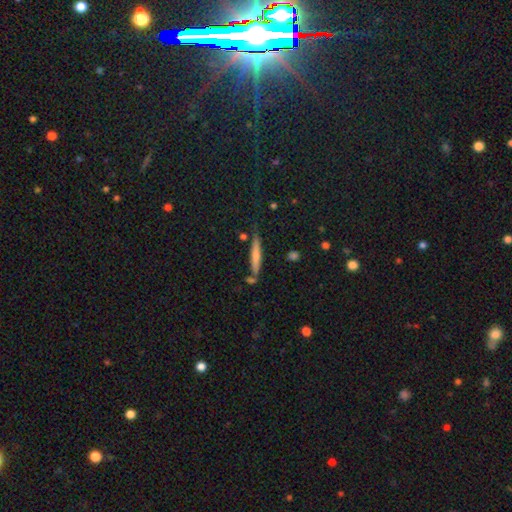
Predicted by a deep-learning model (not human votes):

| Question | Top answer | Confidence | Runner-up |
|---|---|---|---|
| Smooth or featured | smooth | 64% | featured or disk (29%) |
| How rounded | cigar-shaped | 93% | in between (6%) |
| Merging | none | 74% | minor disturbance (15%) |